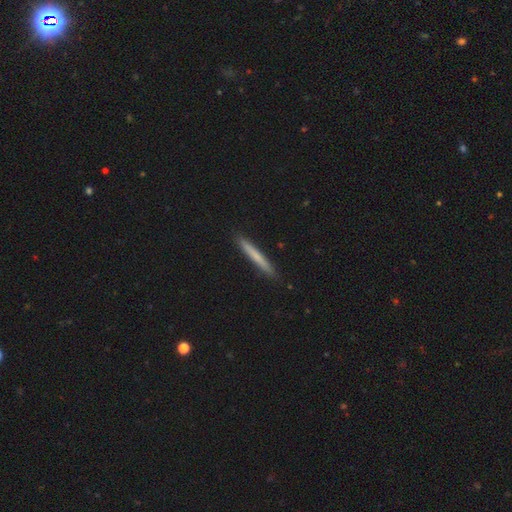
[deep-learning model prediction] Morphology: type=smooth (65%); roundness=cigar-shaped (97%); merging=none (91%).